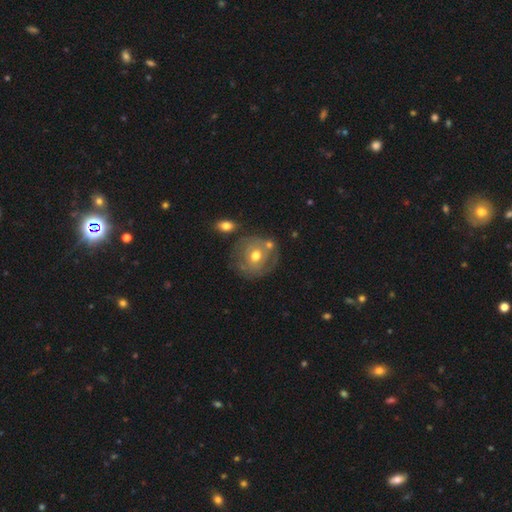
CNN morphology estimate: Overall: featured or disk (54%; smooth 39%). Edge-on disk: no (96%). Bar: no (79%). Spiral arms: no (52%; yes 48%). Bulge size: moderate (76%). Merging: none (64%).